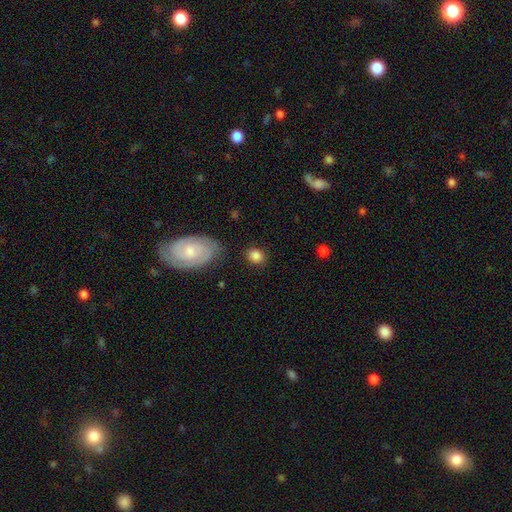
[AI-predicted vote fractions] smooth_or_featured: smooth (p=0.85) [alt: star or artifact p=0.08]
how_rounded: round (p=0.57) [alt: in between p=0.42]
merging: none (p=0.81) [alt: minor disturbance p=0.12]